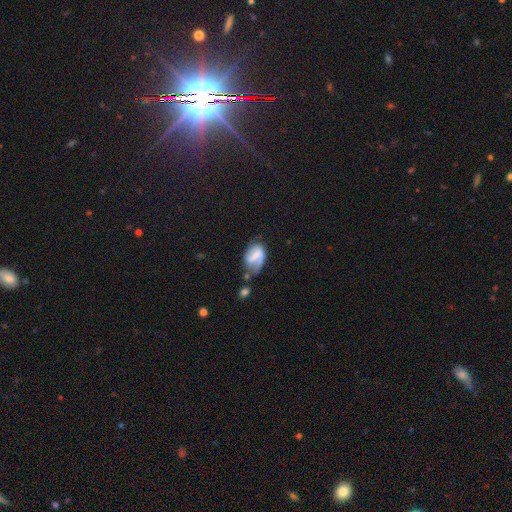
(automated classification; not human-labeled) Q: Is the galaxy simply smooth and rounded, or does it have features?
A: featured or disk — 58%.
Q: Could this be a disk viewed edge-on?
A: no — 96%.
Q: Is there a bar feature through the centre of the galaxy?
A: strong — 45%.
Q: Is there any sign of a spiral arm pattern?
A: yes — 77%.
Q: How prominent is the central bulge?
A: none — 39%.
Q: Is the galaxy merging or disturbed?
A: none — 44%.